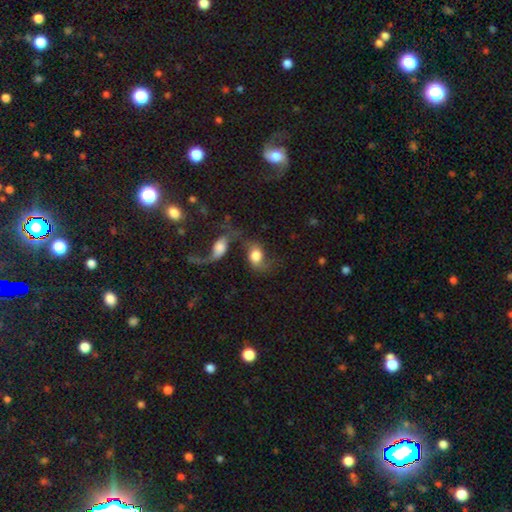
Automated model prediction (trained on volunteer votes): A smooth galaxy with no disk features (47%).

Vote fractions:
- Smooth or featured? smooth: 47% / featured or disk: 43% / star or artifact: 10%
- Merging? merger: 39% / none: 29% / major disturbance: 19% / minor disturbance: 13%